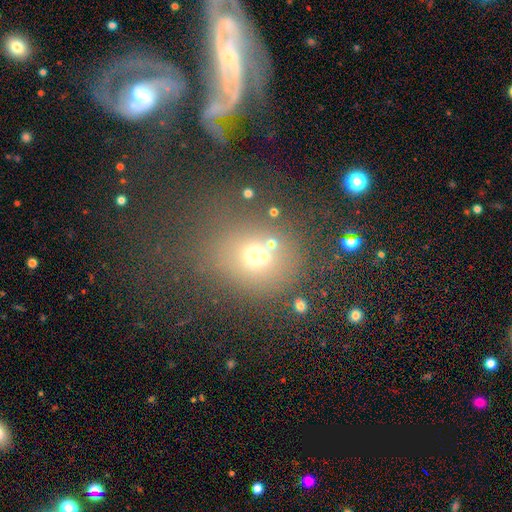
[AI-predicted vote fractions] Smooth or featured? smooth (59%)
How rounded? round (76%)
Merging? none (51%)